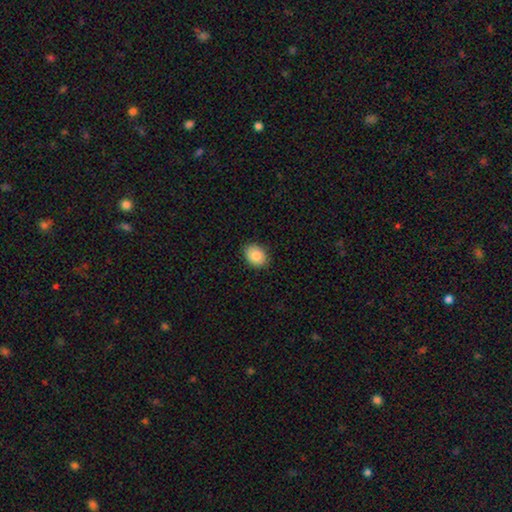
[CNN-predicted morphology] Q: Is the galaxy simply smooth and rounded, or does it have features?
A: smooth — 88%.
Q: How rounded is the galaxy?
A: in between — 65%.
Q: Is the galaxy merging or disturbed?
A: none — 88%.